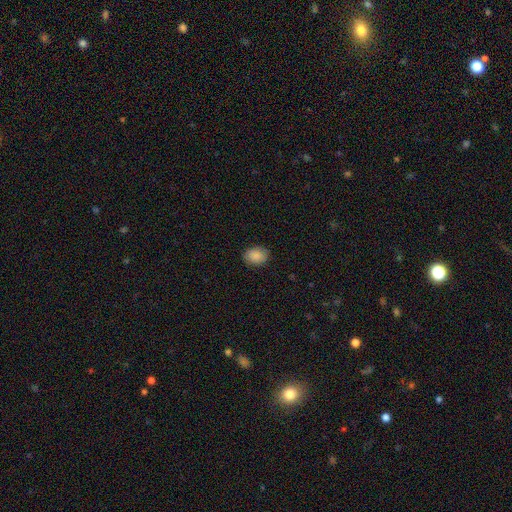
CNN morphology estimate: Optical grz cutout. It shows a smooth galaxy with no disk features (88%) that is in between round and cigar-shaped (71%). Merging: none (88%).